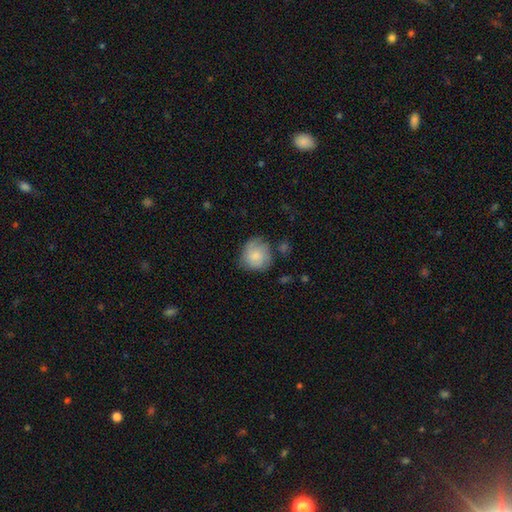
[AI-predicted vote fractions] A smooth galaxy with no disk features (70%) that is round (85%). Merging: none (65%).